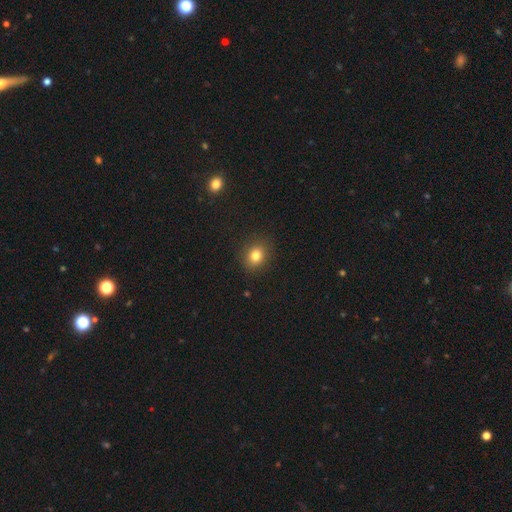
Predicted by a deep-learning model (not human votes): smooth-or-featured: smooth: 81% | star or artifact: 12% | featured or disk: 7%
  how-rounded: round: 63% | in between: 36% | cigar-shaped: 1%
  merging: none: 88% | minor disturbance: 8% | major disturbance: 2% | merger: 1%